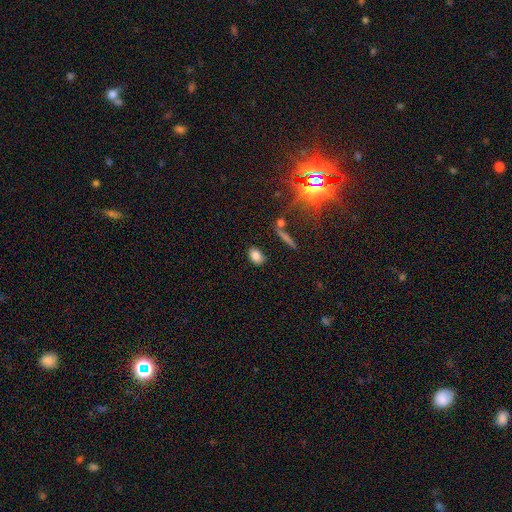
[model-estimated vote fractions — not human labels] Morphology: type=smooth (82%); roundness=in between (82%); merging=none (82%).